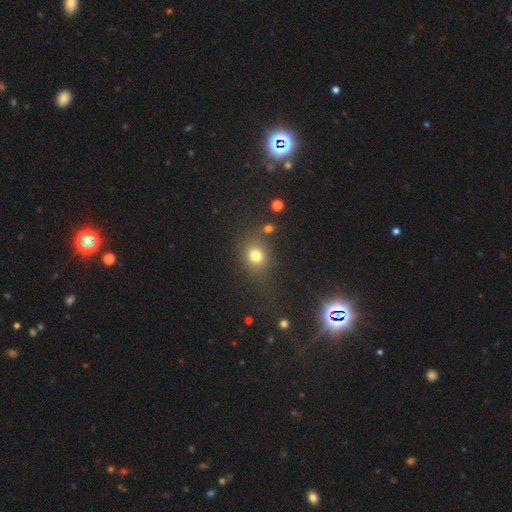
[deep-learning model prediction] This is likely a smooth galaxy (74%). How rounded: likely round (67%). Merging: likely none (66%).